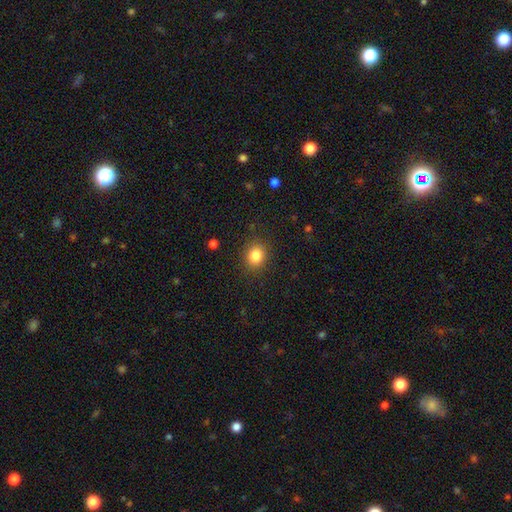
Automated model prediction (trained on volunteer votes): Q: Smooth or featured?
A: smooth (84%); runner-up: star or artifact (11%)
Q: How rounded?
A: round (70%); runner-up: in between (29%)
Q: Merging?
A: none (88%); runner-up: minor disturbance (8%)